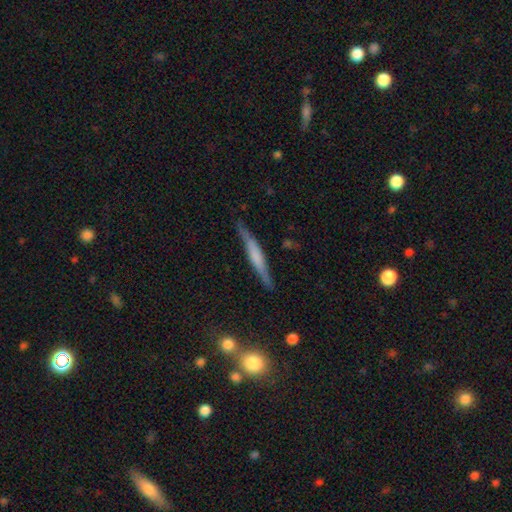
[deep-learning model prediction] The model was most divided on "edge-on bulge": boxy: 36%, none: 33%, rounded: 30%. More confident: edge-on disk — yes (94%); merging — none (81%); smooth or featured — featured or disk (54%).